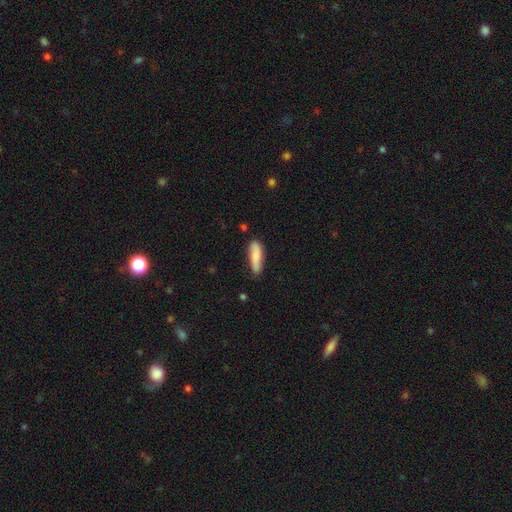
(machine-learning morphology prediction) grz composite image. It shows a smooth galaxy with no disk features (78%) that is cigar-shaped (59%). Merging: none (75%).